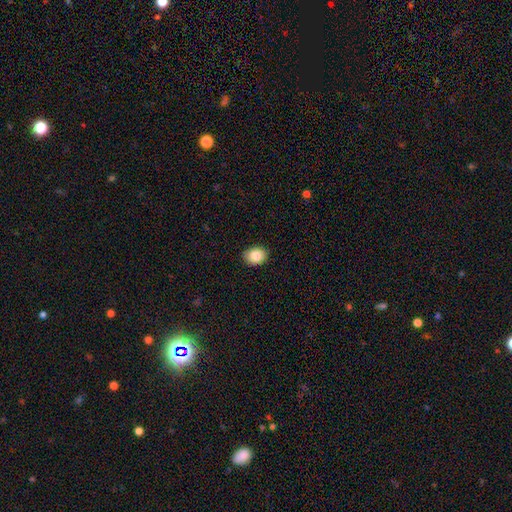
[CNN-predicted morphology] Smooth or featured: smooth — 86% (star or artifact — 8%)
How rounded: in between — 56% (round — 43%)
Merging: none — 88% (minor disturbance — 10%)